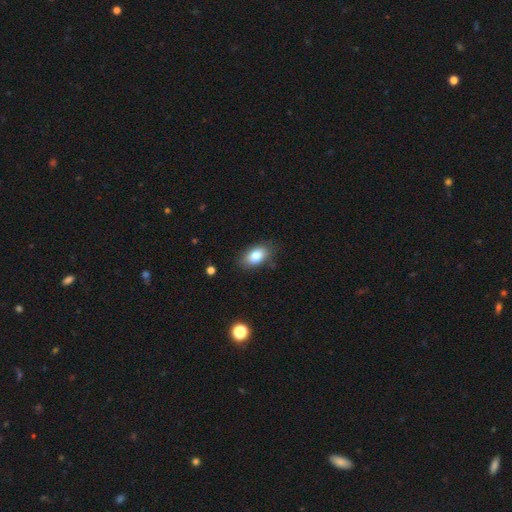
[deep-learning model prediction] Smooth or featured? smooth (80%)
How rounded? in between (89%)
Merging? none (83%)